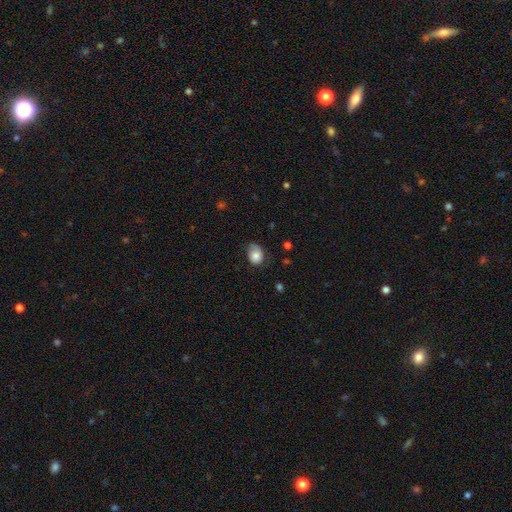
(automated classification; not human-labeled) This appears to be a smooth galaxy with no disk features (74%) that is in between round and cigar-shaped (60%). Merging: none (48%).